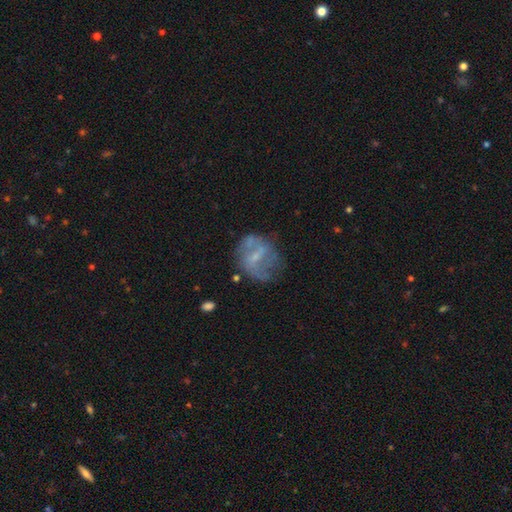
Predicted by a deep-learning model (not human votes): A featured or disk galaxy (61%) with a weak bar (50%), spiral arms (56%) and a small central bulge (47%).

Vote fractions:
- Smooth or featured? featured or disk: 61% / smooth: 29% / star or artifact: 10%
- Edge-on disk? no: 97% / yes: 3%
- Bar? weak: 50% / no: 33% / strong: 17%
- Spiral arms? yes: 56% / no: 44%
- Bulge size? small: 47% / none: 29% / moderate: 21% / large: 2% / dominant: 1%
- Merging? none: 52% / minor disturbance: 24% / major disturbance: 20% / merger: 4%